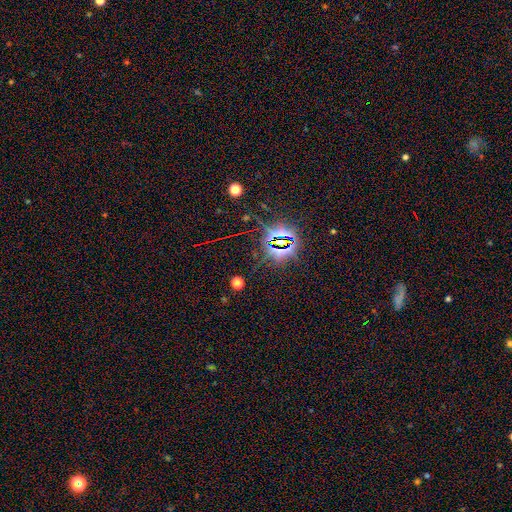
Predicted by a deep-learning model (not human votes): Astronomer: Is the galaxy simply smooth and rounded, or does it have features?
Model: star or artifact — 79%.